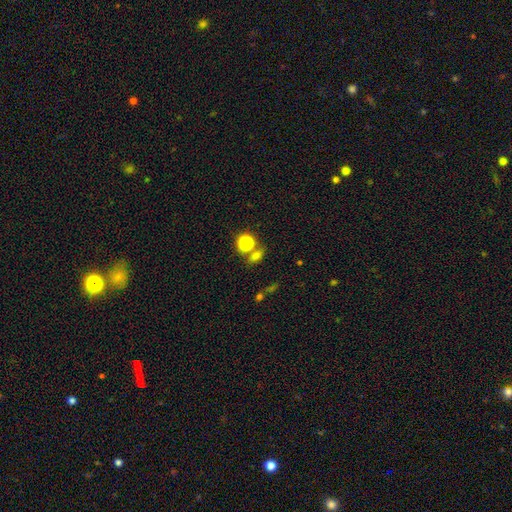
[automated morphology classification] Overall: smooth (67%). How rounded: in between (55%; round 40%). Merging: none (60%; merger 24%).